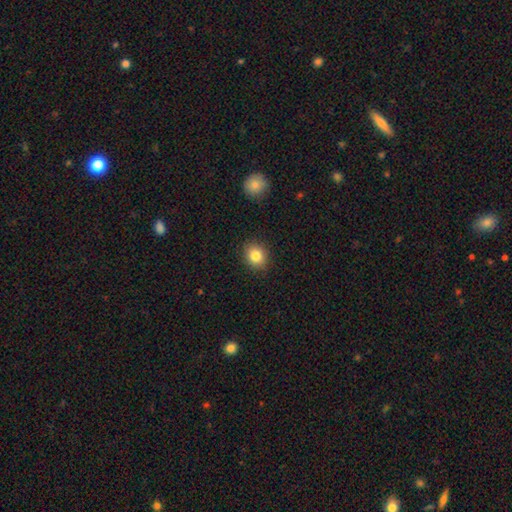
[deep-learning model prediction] The model was most divided on "how rounded": round: 72%, in between: 27%, cigar-shaped: 1%. More confident: merging — none (89%); smooth or featured — smooth (83%).